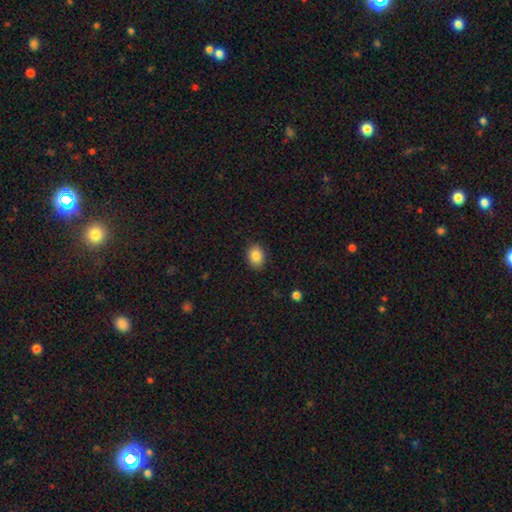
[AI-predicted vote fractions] smooth-or-featured: smooth: 86% | star or artifact: 9% | featured or disk: 6%
  how-rounded: in between: 60% | round: 39% | cigar-shaped: 1%
  merging: none: 87% | minor disturbance: 10% | major disturbance: 2% | merger: 1%